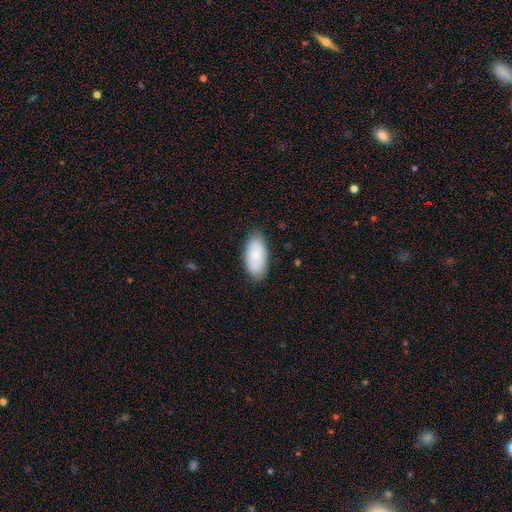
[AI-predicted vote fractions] Smooth or featured? smooth (81%)
How rounded? in between (94%)
Merging? none (83%)